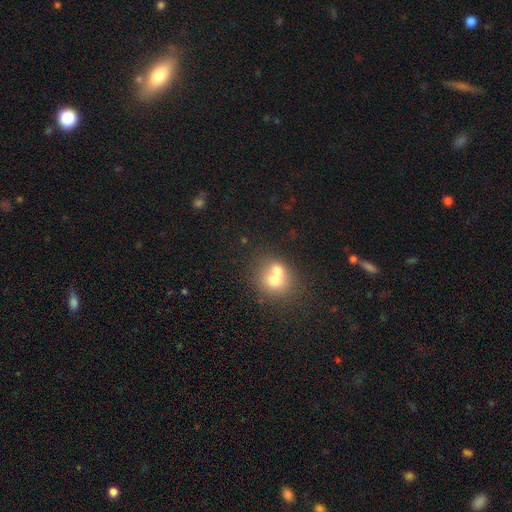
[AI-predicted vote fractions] Smooth or featured: smooth — 59% (star or artifact — 24%)
How rounded: round — 75% (in between — 23%)
Merging: none — 45% (merger — 43%)